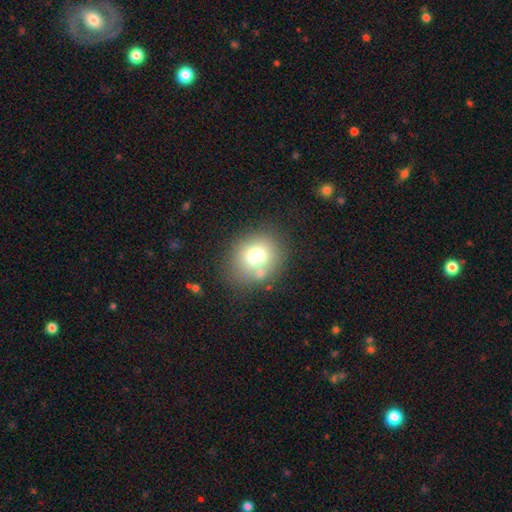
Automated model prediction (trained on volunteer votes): Smooth or featured?
  - smooth: 72% *
  - featured or disk: 14%
  - star or artifact: 14%
How rounded?
  - round: 75% *
  - in between: 24%
  - cigar-shaped: 1%
Merging?
  - none: 73% *
  - minor disturbance: 13%
  - merger: 9%
  - major disturbance: 5%